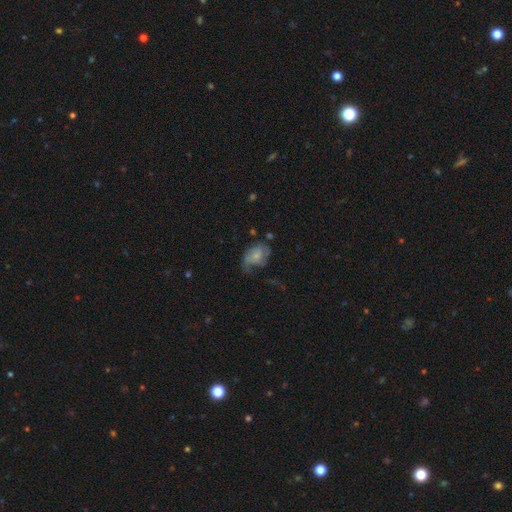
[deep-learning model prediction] Overall: featured or disk (48%; smooth 44%). Merging: major disturbance (35%; none 32%).